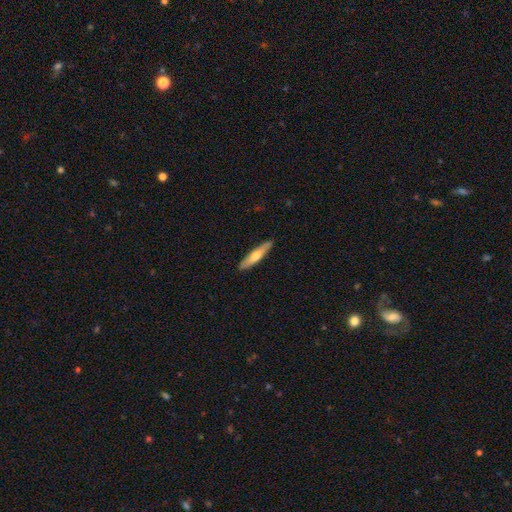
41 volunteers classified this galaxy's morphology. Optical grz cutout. It shows a smooth galaxy with no disk features (49%) that is cigar-shaped (95%). Merging: none (89%).